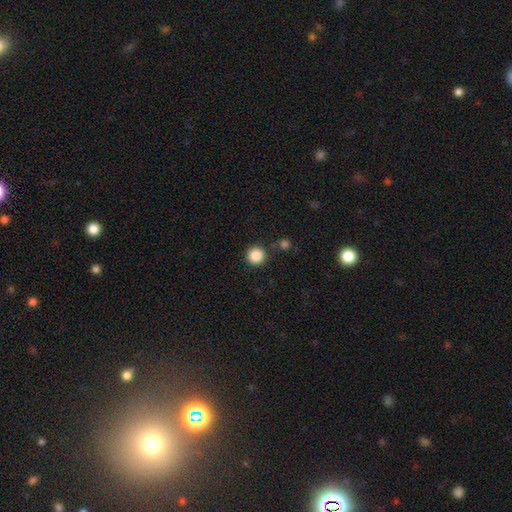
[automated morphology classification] smooth 86%, star or artifact 11%, featured or disk 3%. Down the decision tree: how rounded — round (95%); merging — none (86%).